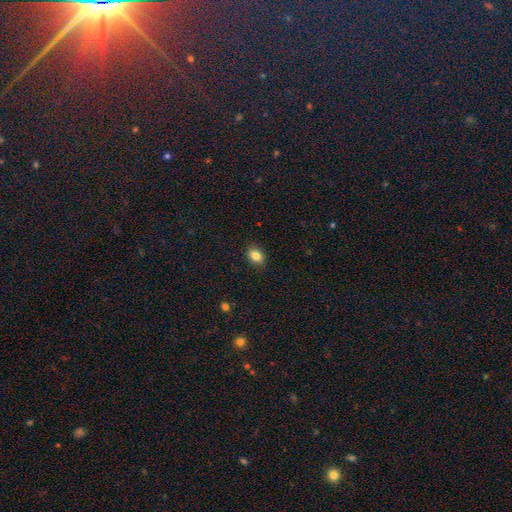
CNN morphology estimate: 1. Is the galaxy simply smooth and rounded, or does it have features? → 84% smooth, 10% star or artifact, 7% featured or disk.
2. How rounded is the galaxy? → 71% in between, 28% round, 1% cigar-shaped.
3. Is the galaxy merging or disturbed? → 86% none, 10% minor disturbance, 2% major disturbance, 1% merger.